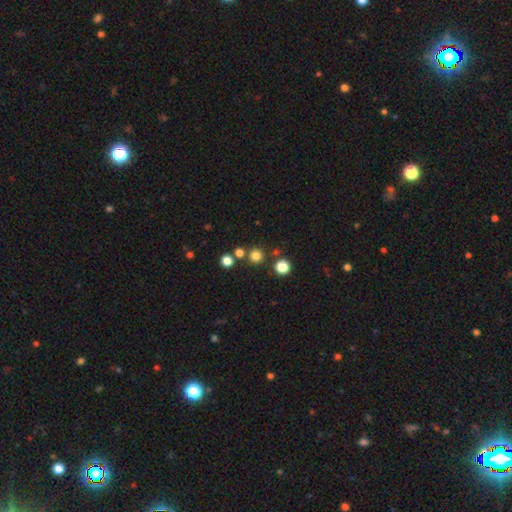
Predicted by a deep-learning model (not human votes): This is likely a smooth galaxy (77%). How rounded: clearly round (94%). Merging: likely none (80%).